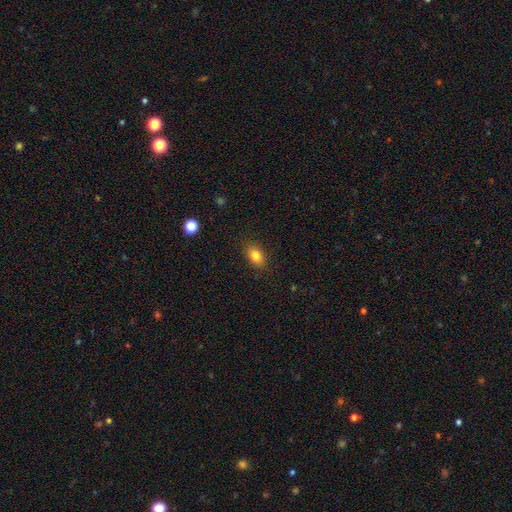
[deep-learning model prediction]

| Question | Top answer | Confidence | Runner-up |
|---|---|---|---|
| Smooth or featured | smooth | 83% | star or artifact (10%) |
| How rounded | in between | 84% | round (14%) |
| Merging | none | 87% | minor disturbance (10%) |